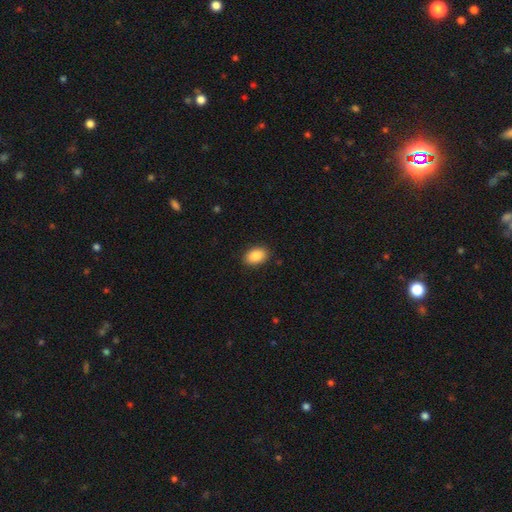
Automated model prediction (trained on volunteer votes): A smooth galaxy with no disk features (88%) that is in between round and cigar-shaped (88%). Merging: none (89%).